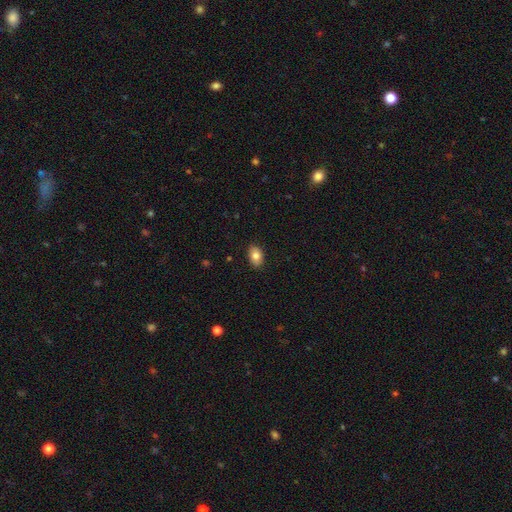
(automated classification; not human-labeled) Smooth or featured? Predicted: smooth (p=0.82). How rounded? Predicted: in between (p=0.86). Merging? Predicted: none (p=0.87).